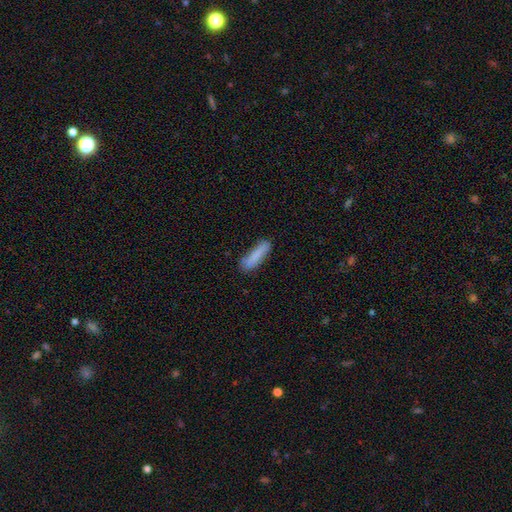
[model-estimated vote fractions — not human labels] Smooth or featured? smooth (83%)
How rounded? cigar-shaped (78%)
Merging? none (77%)